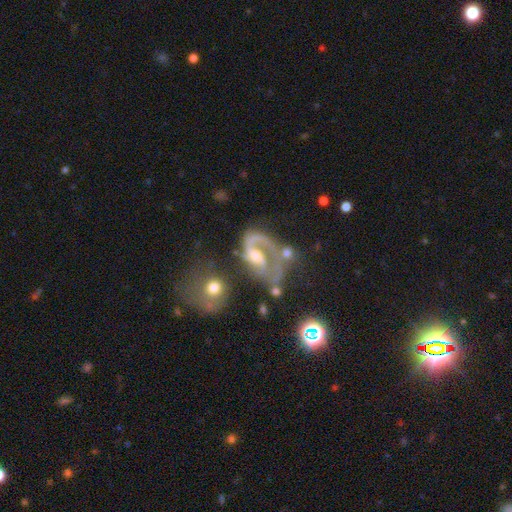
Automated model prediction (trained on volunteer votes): smooth_or_featured: featured or disk (p=0.84) [alt: smooth p=0.09]
disk_edge_on: no (p=0.97) [alt: yes p=0.03]
bar: weak (p=0.42) [tied with: no p=0.42]
has_spiral_arms: yes (p=0.91) [alt: no p=0.09]
spiral_winding: medium (p=0.48) [alt: tight p=0.26]
spiral_arm_count: 1 (p=0.45) [alt: 2 p=0.43]
bulge_size: moderate (p=0.56) [alt: small p=0.30]
merging: major disturbance (p=0.32) [tied with: none p=0.32]